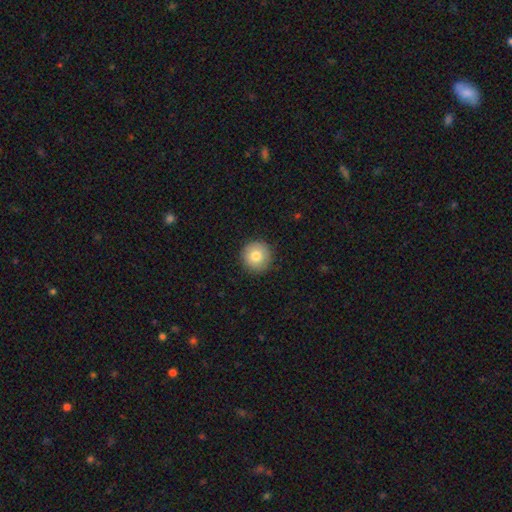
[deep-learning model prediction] Overall: smooth (79%). How rounded: round (96%). Merging: none (91%).